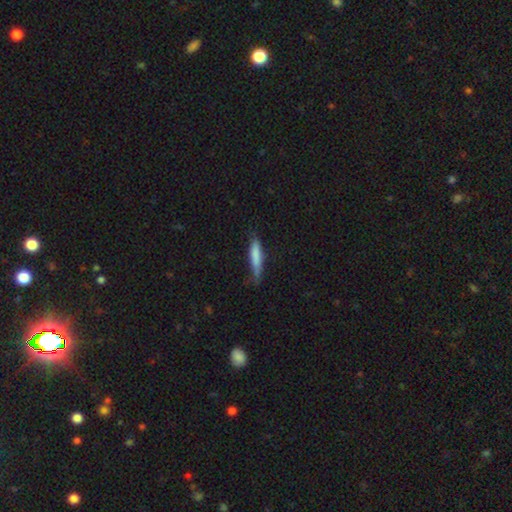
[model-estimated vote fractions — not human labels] This appears to be a smooth galaxy with no disk features (75%) that is cigar-shaped (85%). Merging: none (61%).